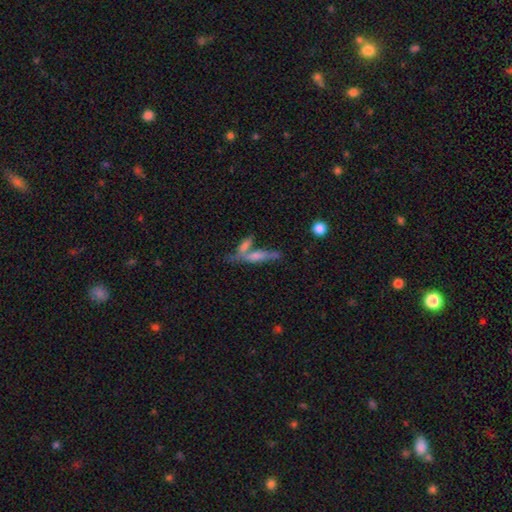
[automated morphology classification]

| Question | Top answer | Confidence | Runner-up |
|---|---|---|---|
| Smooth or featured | featured or disk | 49% | smooth (39%) |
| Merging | none | 46% | merger (37%) |